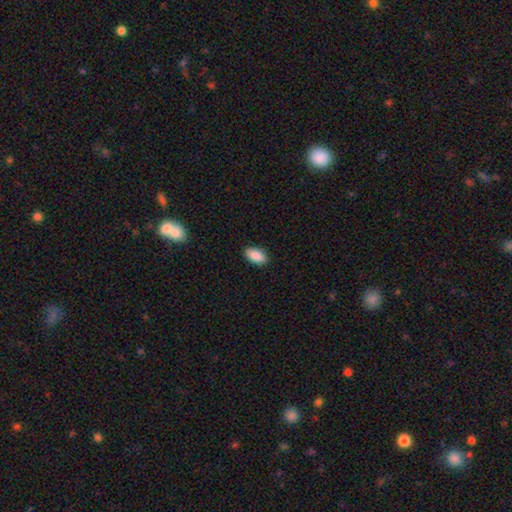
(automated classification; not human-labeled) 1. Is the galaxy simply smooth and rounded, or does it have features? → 88% smooth, 7% star or artifact, 6% featured or disk.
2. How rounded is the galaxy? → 94% in between, 3% round, 3% cigar-shaped.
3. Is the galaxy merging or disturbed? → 89% none, 8% minor disturbance, 2% major disturbance, 1% merger.